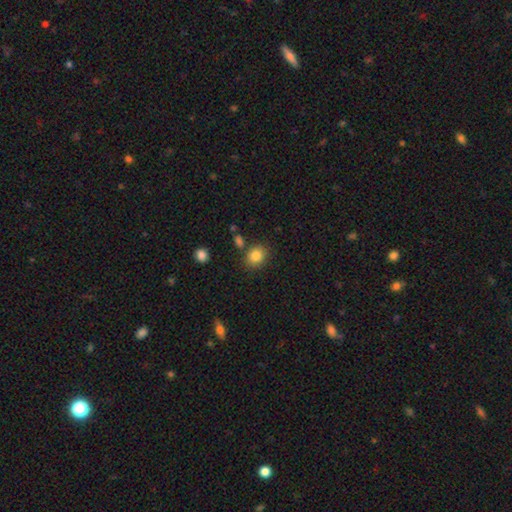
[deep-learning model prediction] Q: Smooth or featured?
A: smooth (84%); runner-up: star or artifact (10%)
Q: How rounded?
A: round (63%); runner-up: in between (36%)
Q: Merging?
A: none (79%); runner-up: minor disturbance (11%)